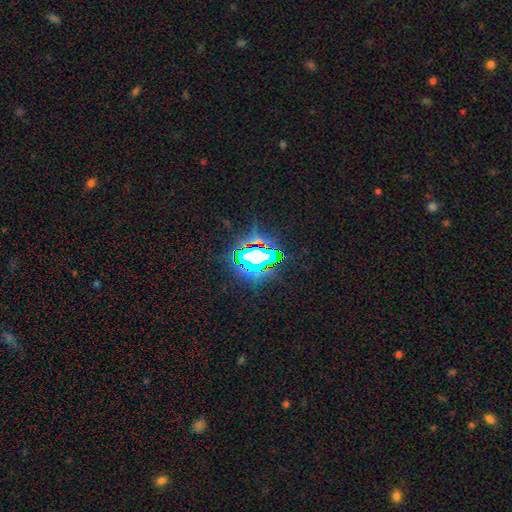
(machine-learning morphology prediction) smooth-or-featured: star or artifact: 70% | smooth: 17% | featured or disk: 14%